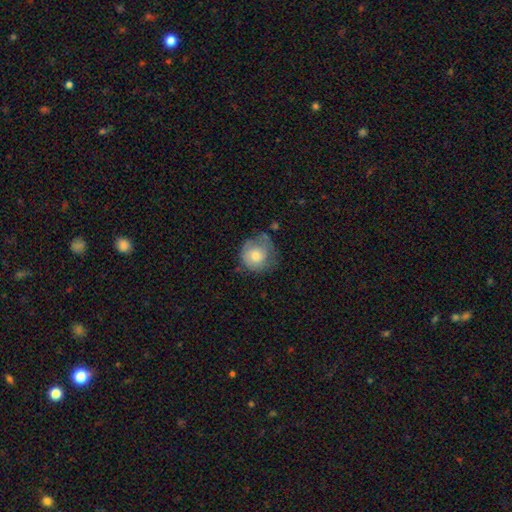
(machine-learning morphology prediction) Overall: smooth (63%; featured or disk 30%). How rounded: round (86%). Merging: none (52%; minor disturbance 30%).